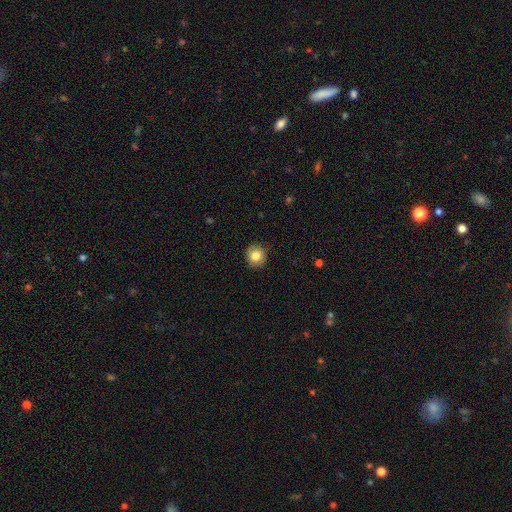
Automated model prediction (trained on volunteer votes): This is clearly a smooth galaxy (82%). How rounded: clearly round (90%). Merging: clearly none (90%).